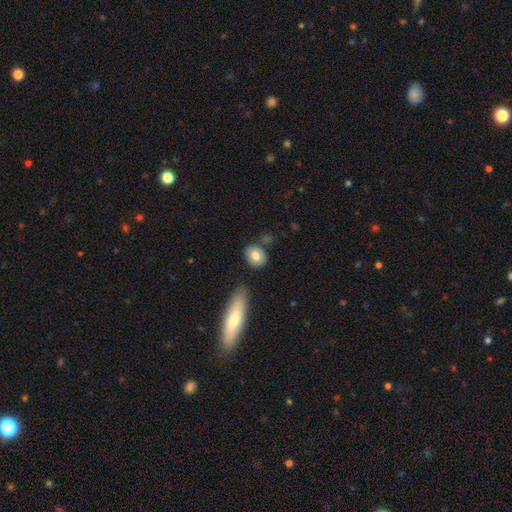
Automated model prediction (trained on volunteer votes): A smooth galaxy with no disk features (80%) that is round (62%).

Vote fractions:
- Smooth or featured? smooth: 80% / featured or disk: 12% / star or artifact: 8%
- How rounded? round: 62% / in between: 36% / cigar-shaped: 2%
- Merging? none: 76% / minor disturbance: 13% / merger: 8% / major disturbance: 4%